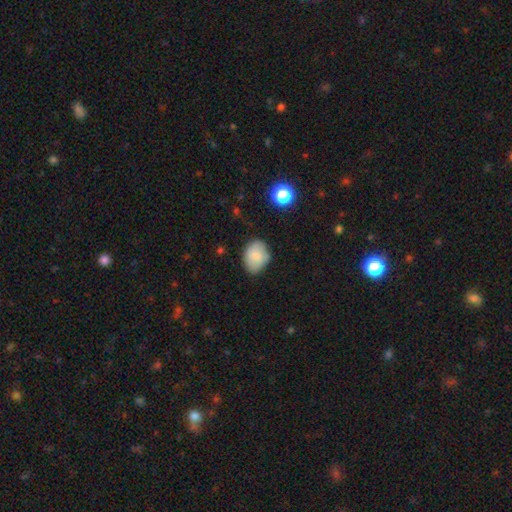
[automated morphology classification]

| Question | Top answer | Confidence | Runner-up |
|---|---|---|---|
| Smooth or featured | smooth | 81% | featured or disk (10%) |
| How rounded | in between | 67% | round (32%) |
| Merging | none | 70% | minor disturbance (23%) |